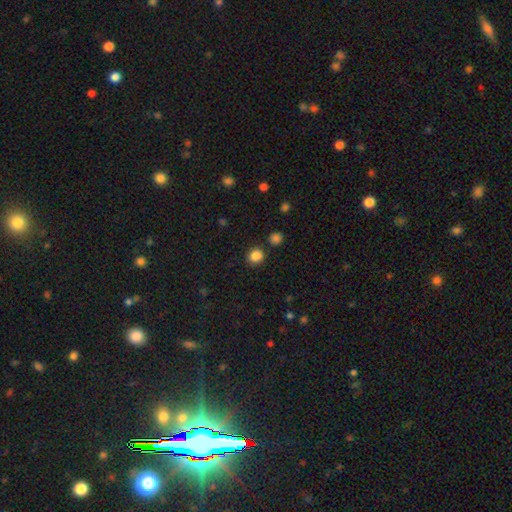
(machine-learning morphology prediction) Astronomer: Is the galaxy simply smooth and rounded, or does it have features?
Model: smooth — 85%.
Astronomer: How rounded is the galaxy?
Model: round — 72%.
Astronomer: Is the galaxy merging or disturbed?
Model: none — 81%.